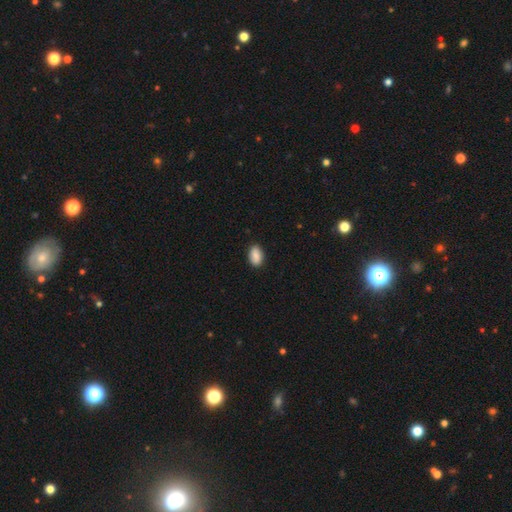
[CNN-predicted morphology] smooth-or-featured: smooth: 88% | star or artifact: 7% | featured or disk: 5%
  how-rounded: in between: 90% | round: 9% | cigar-shaped: 2%
  merging: none: 87% | minor disturbance: 10% | major disturbance: 2% | merger: 1%